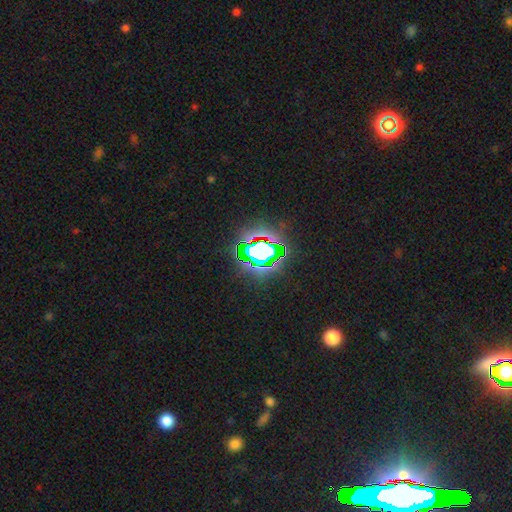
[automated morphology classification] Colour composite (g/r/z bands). It shows a star or artifact, not a galaxy (77%).